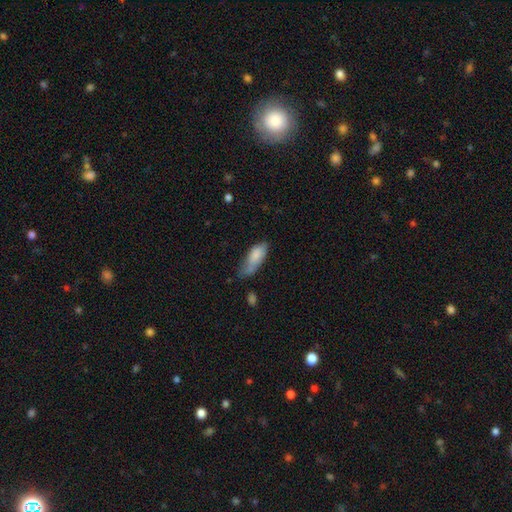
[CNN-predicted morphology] smooth-or-featured: smooth: 79% | featured or disk: 14% | star or artifact: 7%
  how-rounded: in between: 76% | cigar-shaped: 22% | round: 2%
  merging: minor disturbance: 40% | none: 33% | major disturbance: 20% | merger: 7%